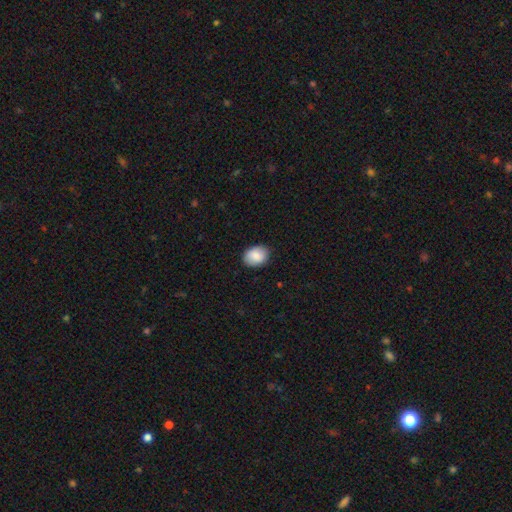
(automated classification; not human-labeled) smooth_or_featured: smooth (p=0.87) [alt: star or artifact p=0.07]
how_rounded: in between (p=0.73) [alt: round p=0.26]
merging: none (p=0.88) [alt: minor disturbance p=0.09]